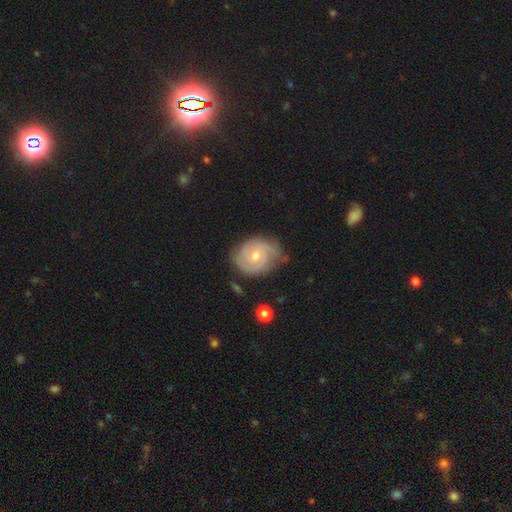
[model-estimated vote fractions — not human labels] smooth_or_featured: featured or disk (p=0.74) [alt: smooth p=0.20]
disk_edge_on: no (p=0.97) [alt: yes p=0.03]
bar: no (p=0.68) [alt: weak p=0.29]
has_spiral_arms: yes (p=0.93) [alt: no p=0.07]
spiral_winding: tight (p=0.63) [alt: medium p=0.29]
spiral_arm_count: 2 (p=0.43) [alt: can't tell p=0.24]
bulge_size: small (p=0.50) [alt: moderate p=0.47]
merging: none (p=0.69) [alt: minor disturbance p=0.23]